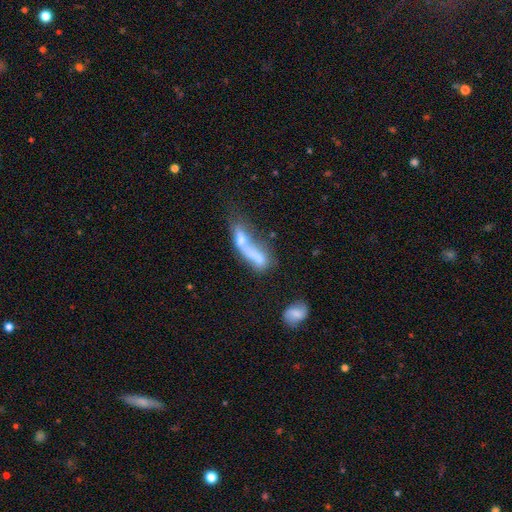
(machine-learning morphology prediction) Overall: smooth (54%; featured or disk 35%). How rounded: in between (49%; cigar-shaped 44%). Merging: merger (60%).